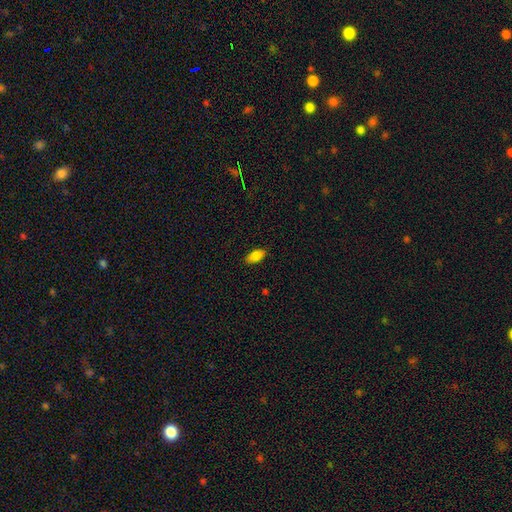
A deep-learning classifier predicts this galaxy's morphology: Q: Smooth or featured?
A: smooth (85%); runner-up: star or artifact (8%)
Q: How rounded?
A: in between (90%); runner-up: cigar-shaped (7%)
Q: Merging?
A: none (88%); runner-up: minor disturbance (9%)